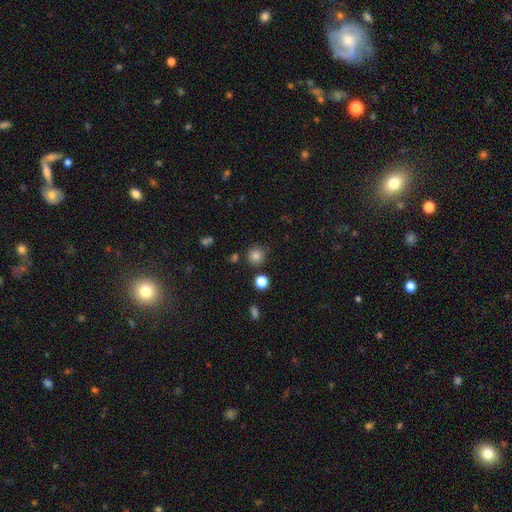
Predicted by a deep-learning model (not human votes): The model was most divided on "merging": none: 79%, minor disturbance: 13%, merger: 5%, major disturbance: 4%. More confident: how rounded — round (90%); smooth or featured — smooth (82%).